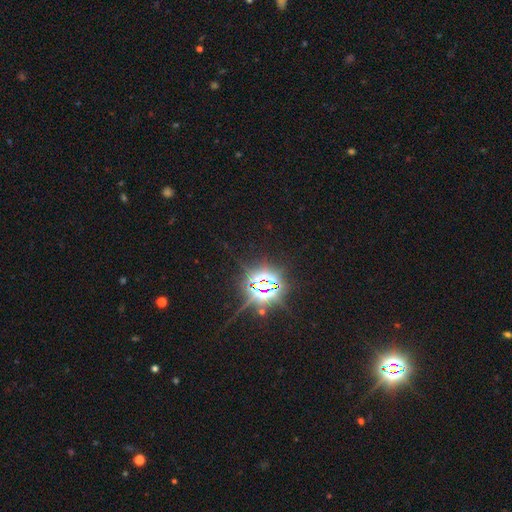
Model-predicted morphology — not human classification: Smooth or featured? Predicted: star or artifact (p=0.84).